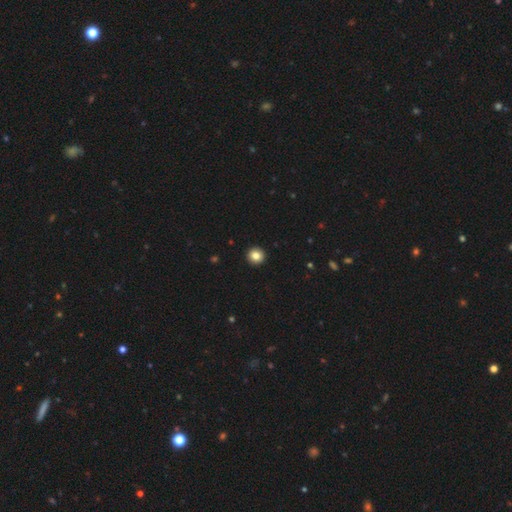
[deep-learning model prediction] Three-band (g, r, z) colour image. It shows a smooth galaxy with no disk features (84%) that is round (95%). Merging: none (94%).